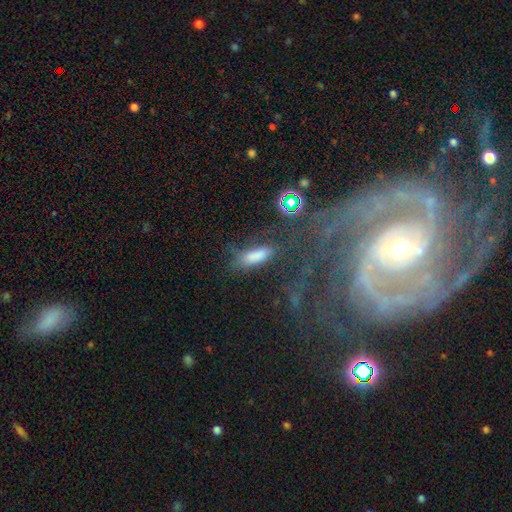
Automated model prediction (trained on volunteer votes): A smooth galaxy with no disk features (61%) that is in between round and cigar-shaped (55%).

Vote fractions:
- Smooth or featured? smooth: 61% / featured or disk: 26% / star or artifact: 13%
- How rounded? in between: 55% / cigar-shaped: 41% / round: 4%
- Merging? none: 68% / minor disturbance: 18% / major disturbance: 9% / merger: 6%